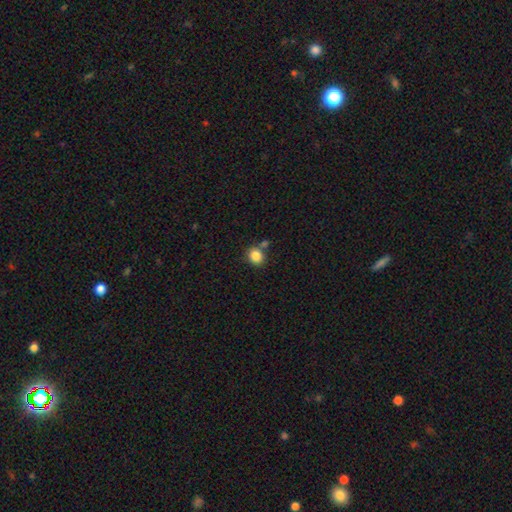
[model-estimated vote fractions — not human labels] Q: Smooth or featured?
A: smooth (85%); runner-up: star or artifact (10%)
Q: How rounded?
A: round (77%); runner-up: in between (22%)
Q: Merging?
A: none (70%); runner-up: merger (16%)